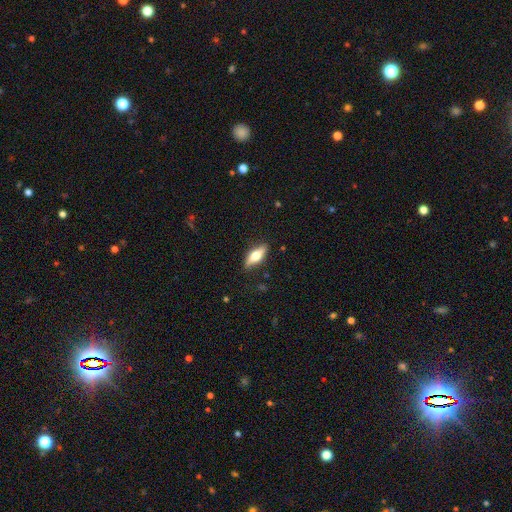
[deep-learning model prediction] This appears to be a smooth galaxy with no disk features (53%) that is in between round and cigar-shaped (64%). Merging: none (85%).